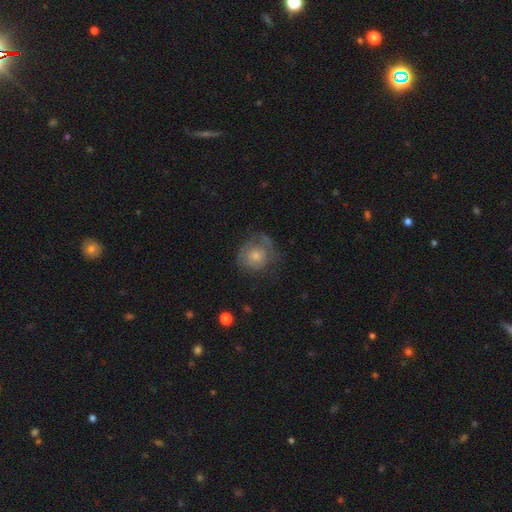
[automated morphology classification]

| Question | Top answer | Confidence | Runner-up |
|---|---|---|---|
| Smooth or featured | smooth | 45% | featured or disk (44%) |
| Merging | none | 63% | minor disturbance (21%) |